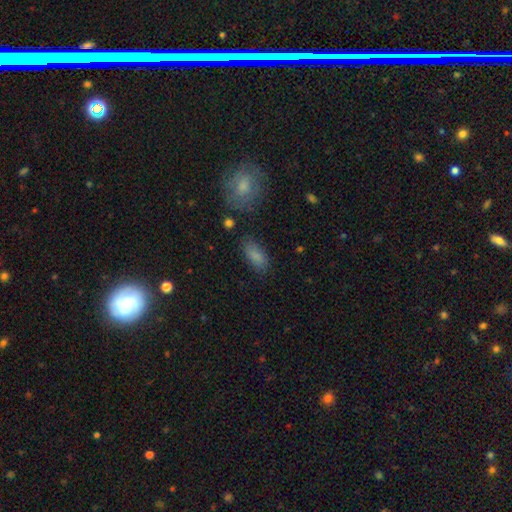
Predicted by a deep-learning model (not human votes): Smooth or featured? Predicted: smooth (p=0.83). How rounded? Predicted: in between (p=0.88). Merging? Predicted: none (p=0.77).